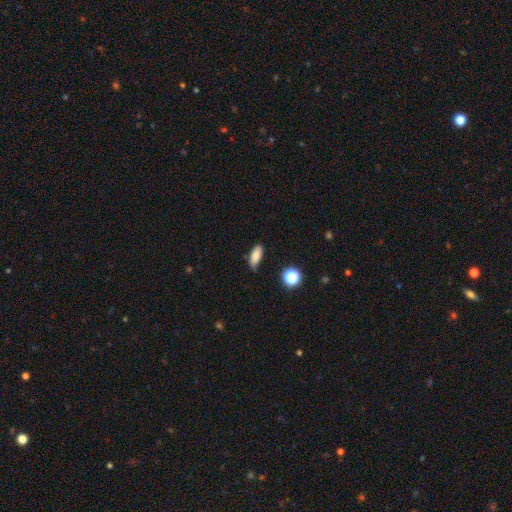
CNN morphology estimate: The model was most divided on "merging": none: 66%, minor disturbance: 27%, major disturbance: 5%, merger: 2%. More confident: smooth or featured — smooth (83%); how rounded — in between (82%).